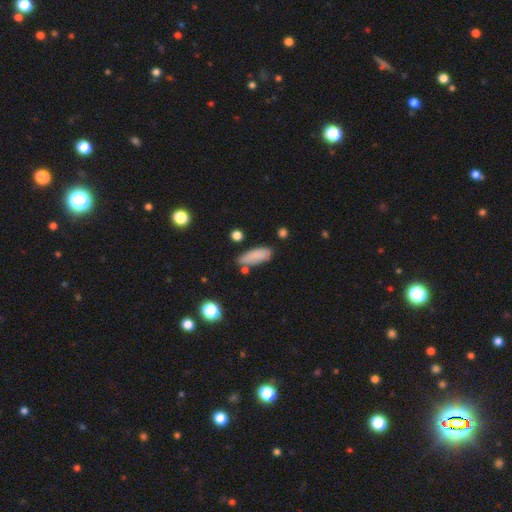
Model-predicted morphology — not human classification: This appears to be a smooth galaxy with no disk features (82%) that is in between round and cigar-shaped (69%). Merging: none (67%).